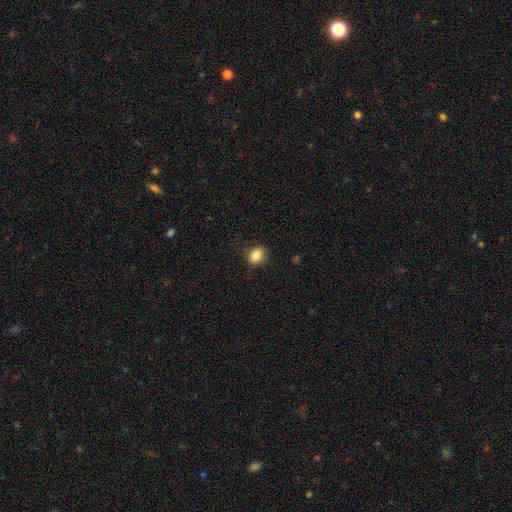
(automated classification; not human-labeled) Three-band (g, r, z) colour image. It shows a smooth galaxy with no disk features (85%) that is round (74%). Merging: none (84%).